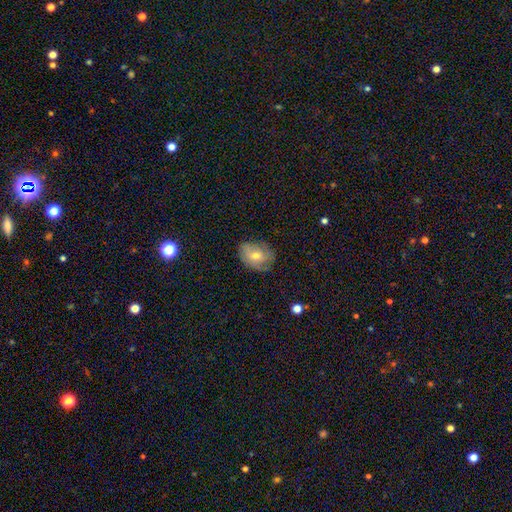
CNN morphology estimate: Smooth or featured?
  - smooth: 53% *
  - featured or disk: 36%
  - star or artifact: 10%
How rounded?
  - in between: 70% *
  - round: 28%
  - cigar-shaped: 1%
Merging?
  - none: 69% *
  - minor disturbance: 24%
  - major disturbance: 6%
  - merger: 1%